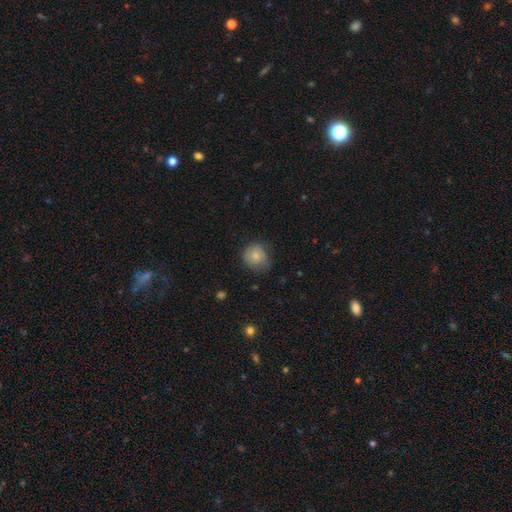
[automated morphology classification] Smooth or featured?
  - smooth: 77% *
  - featured or disk: 15%
  - star or artifact: 8%
How rounded?
  - round: 81% *
  - in between: 18%
  - cigar-shaped: 1%
Merging?
  - none: 62% *
  - minor disturbance: 29%
  - major disturbance: 8%
  - merger: 1%